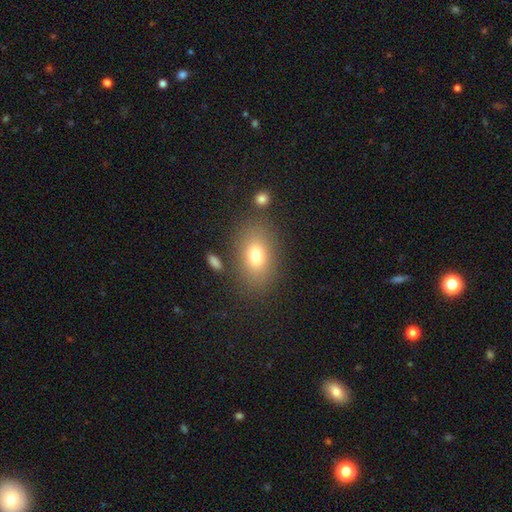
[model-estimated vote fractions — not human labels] Smooth or featured? smooth (75%)
How rounded? in between (82%)
Merging? none (80%)